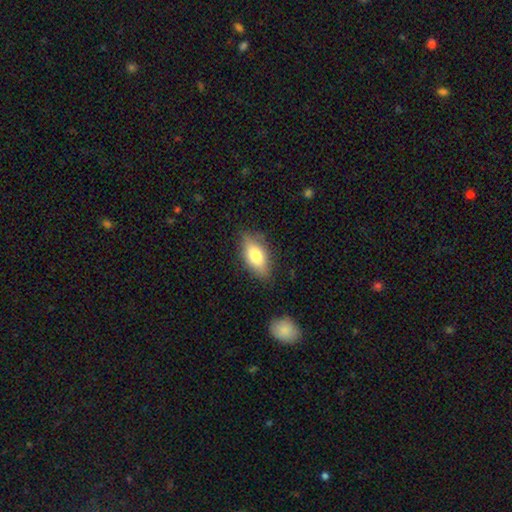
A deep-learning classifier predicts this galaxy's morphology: type=smooth (74%); roundness=in between (86%); merging=none (76%).